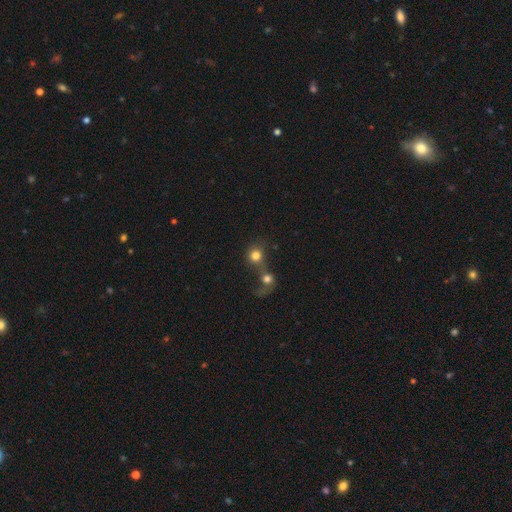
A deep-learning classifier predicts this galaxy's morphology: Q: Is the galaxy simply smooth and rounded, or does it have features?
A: smooth — 77%.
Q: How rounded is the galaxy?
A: round — 82%.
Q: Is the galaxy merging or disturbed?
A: merger — 65%.